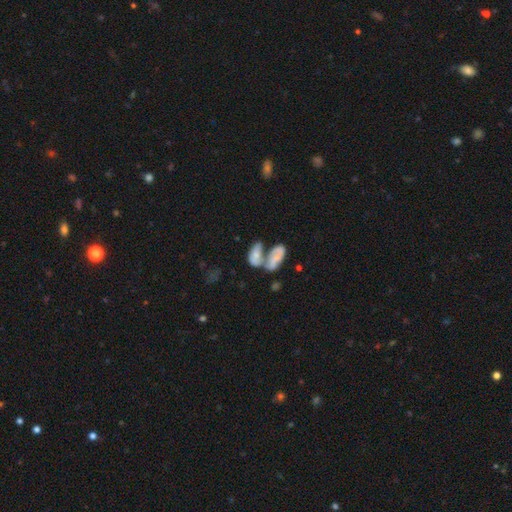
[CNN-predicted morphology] Q: Smooth or featured?
A: smooth (61%); runner-up: featured or disk (30%)
Q: How rounded?
A: in between (89%); runner-up: cigar-shaped (7%)
Q: Merging?
A: merger (71%); runner-up: none (15%)